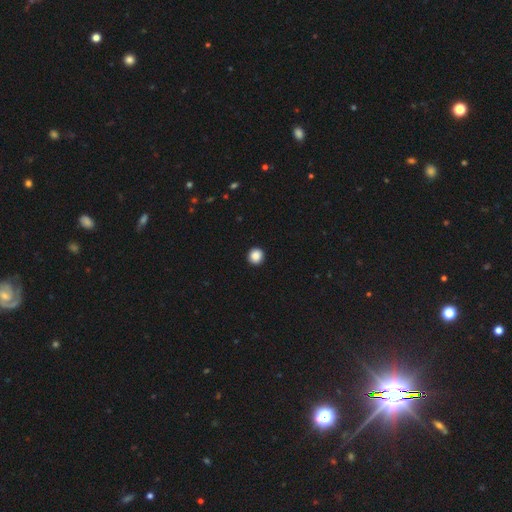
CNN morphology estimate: smooth-or-featured: smooth: 88% | star or artifact: 9% | featured or disk: 2%
  how-rounded: round: 93% | in between: 6% | cigar-shaped: 1%
  merging: none: 93% | minor disturbance: 4% | major disturbance: 1% | merger: 1%